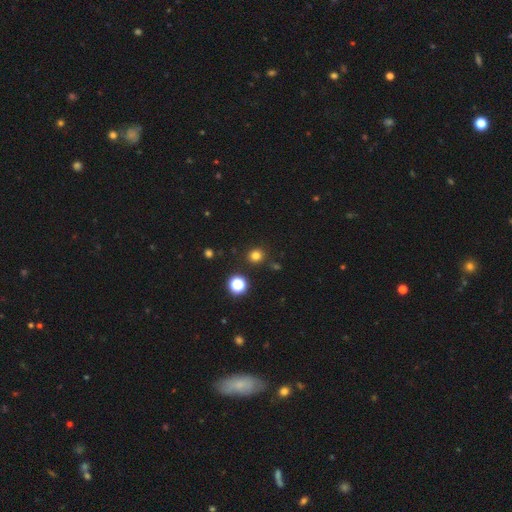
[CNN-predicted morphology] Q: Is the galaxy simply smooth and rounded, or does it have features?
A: smooth — 78%.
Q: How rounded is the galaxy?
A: round — 91%.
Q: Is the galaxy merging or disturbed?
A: none — 88%.